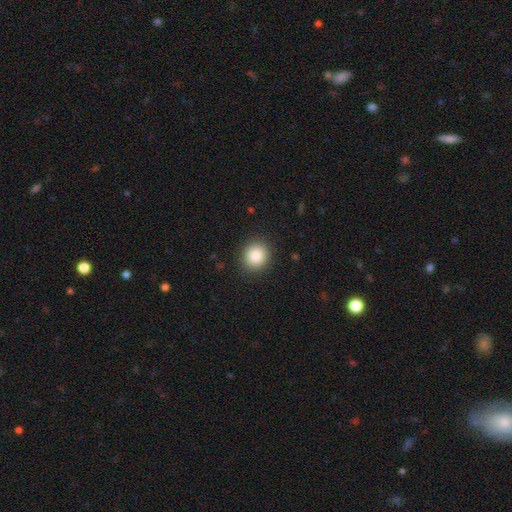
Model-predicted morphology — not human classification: This appears to be a smooth galaxy with no disk features (86%) that is round (82%). Merging: none (90%).